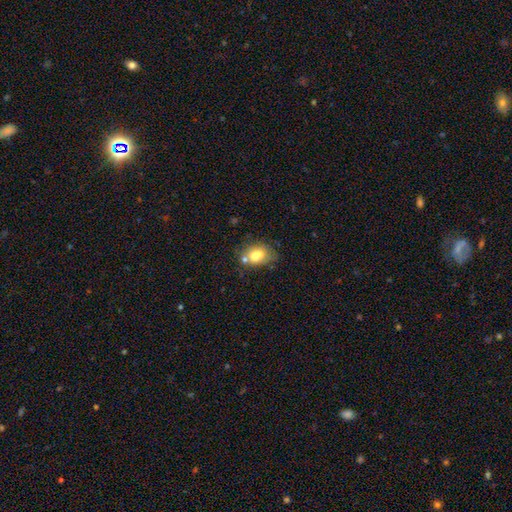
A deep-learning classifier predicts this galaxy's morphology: This is likely a smooth galaxy (68%). How rounded: likely in between (72%). Merging: possibly none (47%).